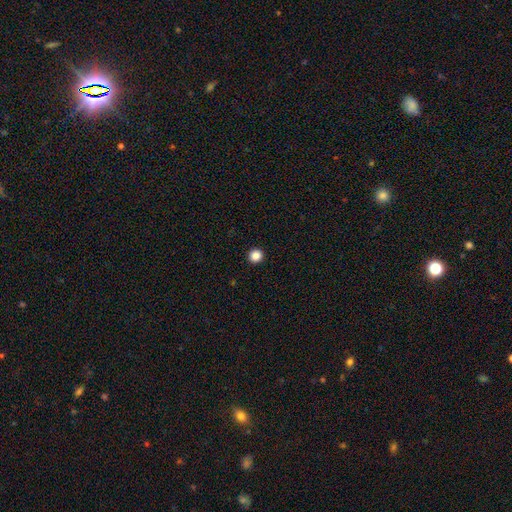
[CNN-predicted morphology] smooth_or_featured: smooth (p=0.86) [alt: star or artifact p=0.11]
how_rounded: round (p=0.94) [alt: in between p=0.05]
merging: none (p=0.94) [alt: minor disturbance p=0.04]